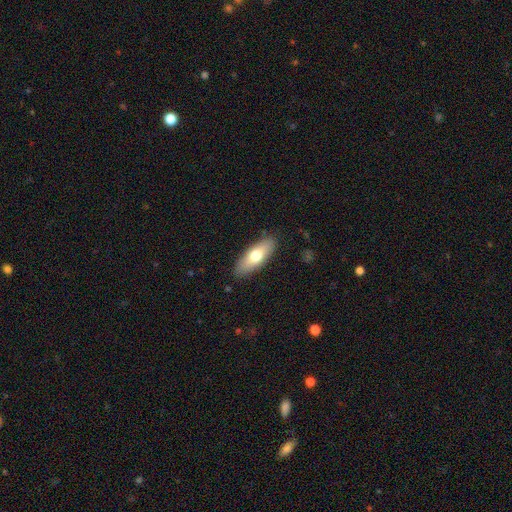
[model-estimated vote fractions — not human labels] Overall: smooth (68%). How rounded: in between (67%; cigar-shaped 30%). Merging: none (87%).